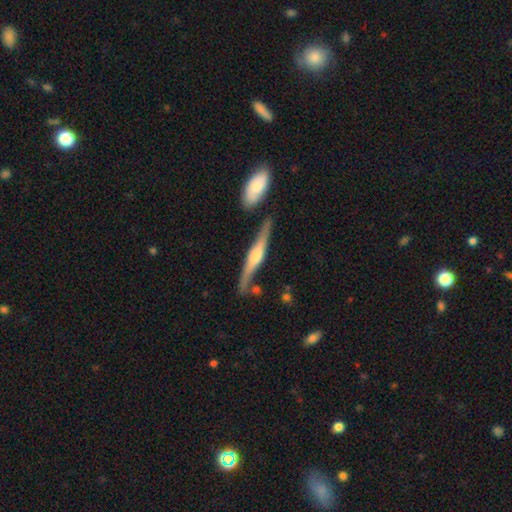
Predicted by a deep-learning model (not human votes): Smooth or featured? Predicted: featured or disk (p=0.77). Edge-on disk? Predicted: yes (p=0.94). Edge-on bulge? Predicted: rounded (p=0.78). Merging? Predicted: none (p=0.75).